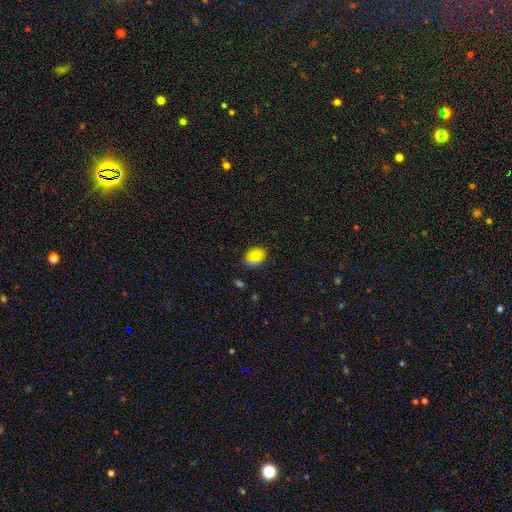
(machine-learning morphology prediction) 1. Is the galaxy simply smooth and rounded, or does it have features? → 70% smooth, 18% star or artifact, 13% featured or disk.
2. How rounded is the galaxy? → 51% in between, 47% round, 2% cigar-shaped.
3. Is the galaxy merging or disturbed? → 75% none, 16% minor disturbance, 4% major disturbance, 4% merger.